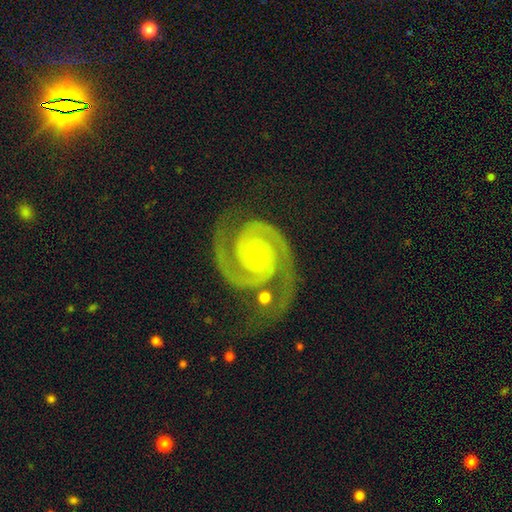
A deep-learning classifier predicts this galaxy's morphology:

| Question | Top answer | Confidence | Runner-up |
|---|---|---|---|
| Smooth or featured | featured or disk | 93% | star or artifact (4%) |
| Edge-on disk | no | 98% | yes (2%) |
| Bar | no | 78% | weak (15%) |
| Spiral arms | yes | 99% | no (1%) |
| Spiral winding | tight | 73% | medium (23%) |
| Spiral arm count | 2 | 93% | 3 (2%) |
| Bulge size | small | 82% | moderate (13%) |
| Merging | none | 76% | minor disturbance (13%) |